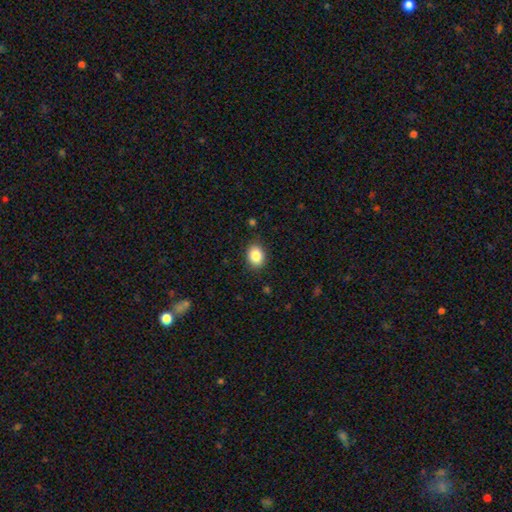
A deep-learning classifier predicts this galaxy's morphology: The model was most divided on "how rounded": in between: 62%, round: 37%, cigar-shaped: 1%. More confident: merging — none (87%); smooth or featured — smooth (86%).